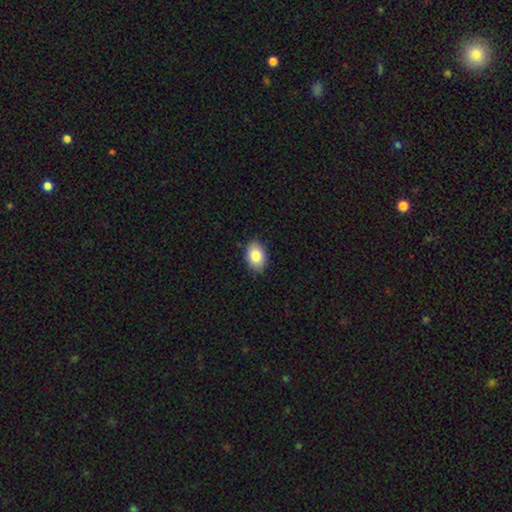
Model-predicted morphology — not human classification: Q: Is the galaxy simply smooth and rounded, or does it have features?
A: smooth — 83%.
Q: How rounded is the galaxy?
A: in between — 84%.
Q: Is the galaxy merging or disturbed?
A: none — 86%.